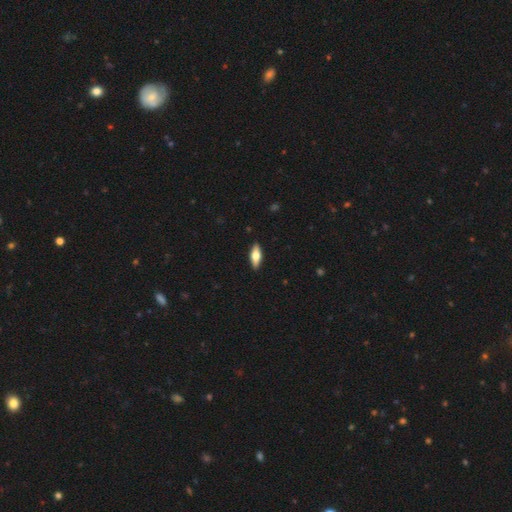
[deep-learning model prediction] smooth 54%, featured or disk 41%, star or artifact 6%. Down the decision tree: how rounded — in between (63%); merging — none (90%).